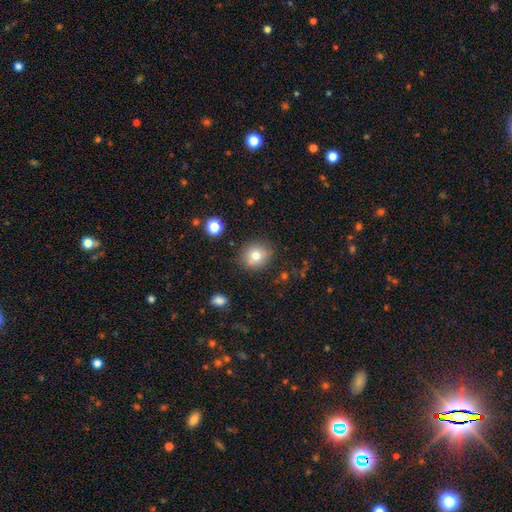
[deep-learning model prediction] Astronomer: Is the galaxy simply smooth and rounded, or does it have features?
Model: smooth — 77%.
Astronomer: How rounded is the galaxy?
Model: round — 83%.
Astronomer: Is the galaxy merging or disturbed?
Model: none — 80%.